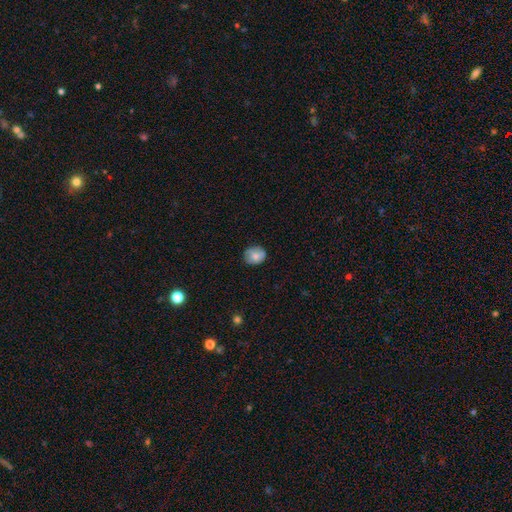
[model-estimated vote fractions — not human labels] A smooth galaxy with no disk features (73%) that is round (65%). Merging: none (75%).